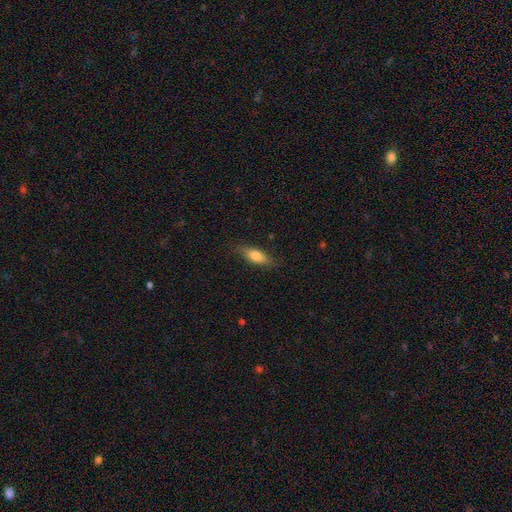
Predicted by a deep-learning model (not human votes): Smooth or featured? Predicted: smooth (p=0.73). How rounded? Predicted: in between (p=0.60). Merging? Predicted: none (p=0.80).